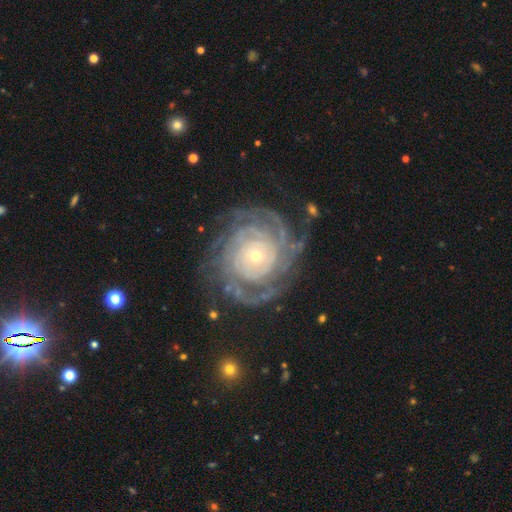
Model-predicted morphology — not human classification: type=featured or disk (89%); edge-on=no (97%); bar=no (79%); spiral arms=yes (97%); winding=tight (79%); arm count=can't tell (26%); bulge=small (72%); merging=none (73%).